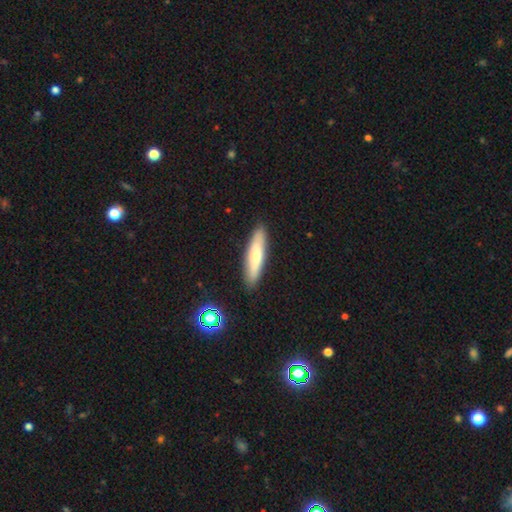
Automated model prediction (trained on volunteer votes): The model was most divided on "smooth or featured": smooth: 63%, featured or disk: 30%, star or artifact: 7%. More confident: merging — none (89%); how rounded — cigar-shaped (81%).